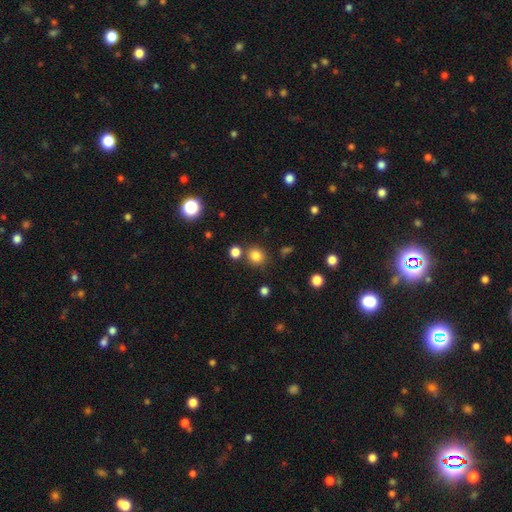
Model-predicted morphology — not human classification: Smooth or featured: smooth — 82% (star or artifact — 13%)
How rounded: round — 86% (in between — 13%)
Merging: none — 79% (merger — 10%)